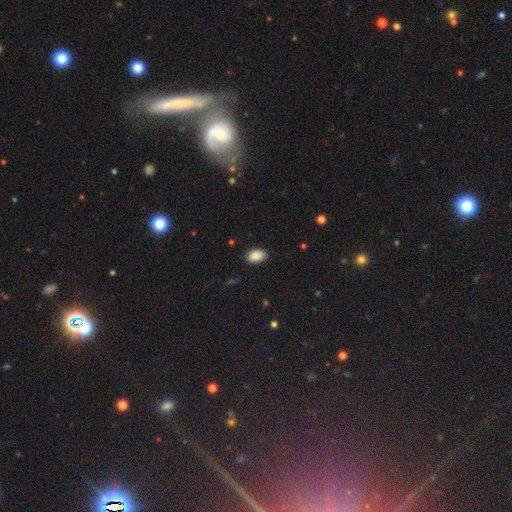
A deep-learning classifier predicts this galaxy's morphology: Smooth or featured? Predicted: smooth (p=0.89). How rounded? Predicted: in between (p=0.90). Merging? Predicted: none (p=0.86).